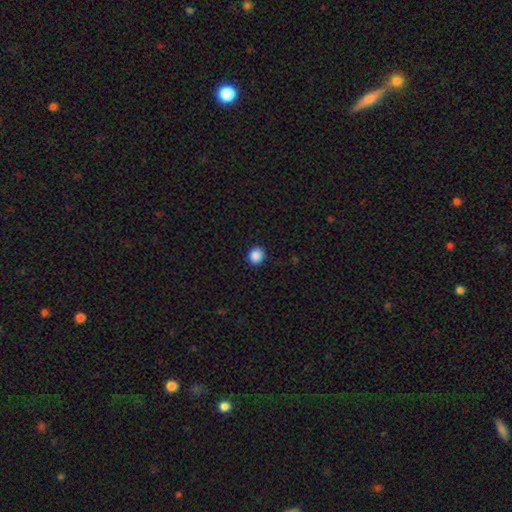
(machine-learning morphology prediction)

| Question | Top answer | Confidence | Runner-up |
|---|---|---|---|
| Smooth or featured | smooth | 88% | star or artifact (9%) |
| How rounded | round | 81% | in between (18%) |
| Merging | none | 91% | minor disturbance (6%) |